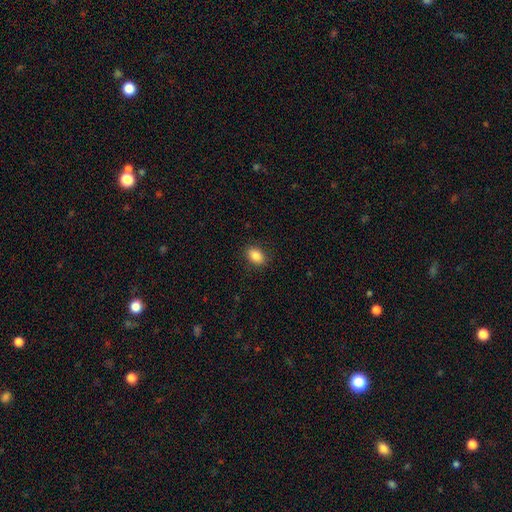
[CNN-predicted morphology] type=smooth (87%); roundness=in between (81%); merging=none (88%).